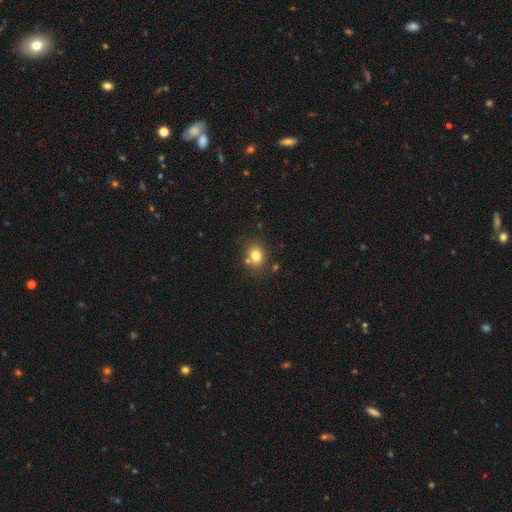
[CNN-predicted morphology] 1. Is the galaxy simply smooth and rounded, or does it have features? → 79% smooth, 13% star or artifact, 9% featured or disk.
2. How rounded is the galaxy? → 61% round, 38% in between, 1% cigar-shaped.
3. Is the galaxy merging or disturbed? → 73% none, 12% minor disturbance, 11% merger, 3% major disturbance.